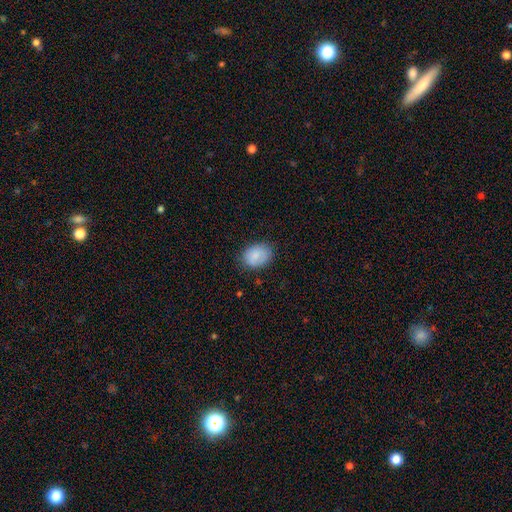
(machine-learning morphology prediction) Smooth or featured? Predicted: smooth (p=0.85). How rounded? Predicted: in between (p=0.71). Merging? Predicted: none (p=0.76).